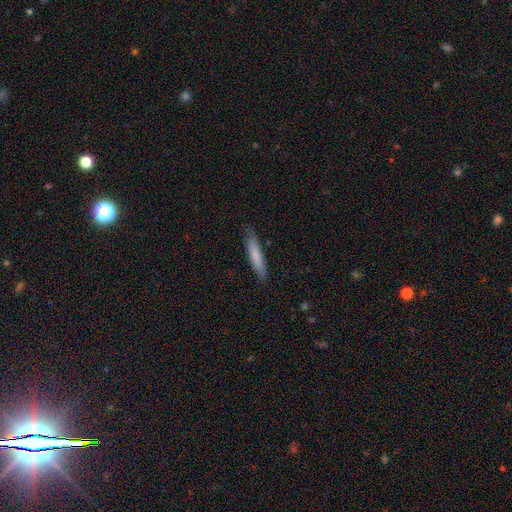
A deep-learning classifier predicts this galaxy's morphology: Smooth or featured? Predicted: smooth (p=0.77). How rounded? Predicted: cigar-shaped (p=0.90). Merging? Predicted: none (p=0.84).